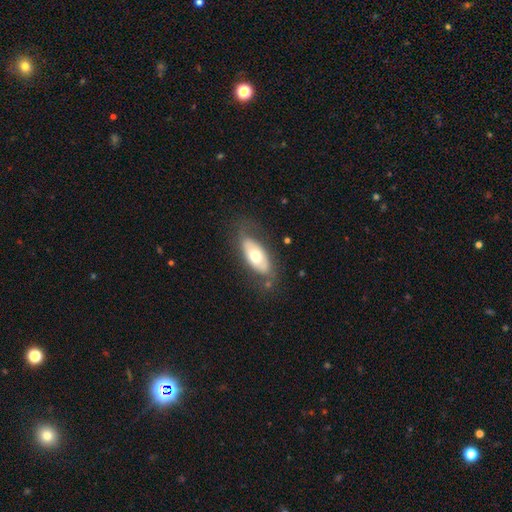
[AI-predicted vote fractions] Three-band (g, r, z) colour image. It shows a smooth galaxy with no disk features (55%) that is in between round and cigar-shaped (86%). Merging: none (71%).